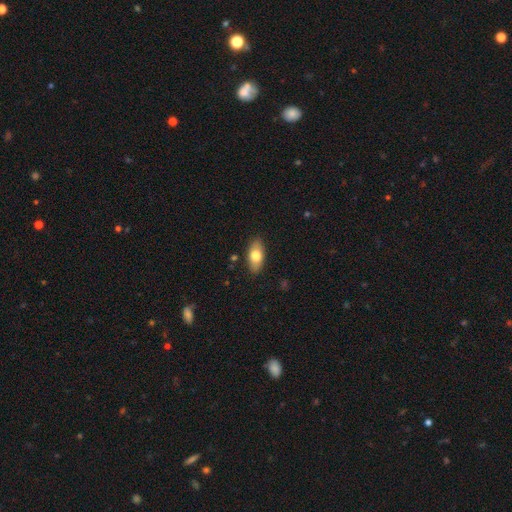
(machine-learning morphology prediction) Smooth or featured?
  - smooth: 75% *
  - featured or disk: 18%
  - star or artifact: 6%
How rounded?
  - in between: 89% *
  - cigar-shaped: 8%
  - round: 4%
Merging?
  - none: 88% *
  - minor disturbance: 9%
  - major disturbance: 2%
  - merger: 1%